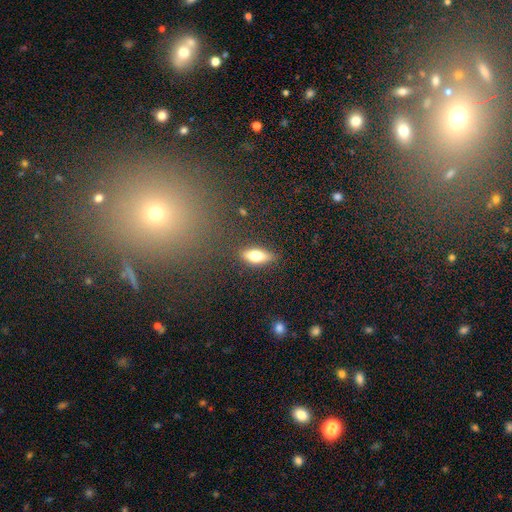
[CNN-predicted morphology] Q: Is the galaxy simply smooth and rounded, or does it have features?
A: smooth — 63%.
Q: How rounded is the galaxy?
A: in between — 64%.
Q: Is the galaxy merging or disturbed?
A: none — 84%.